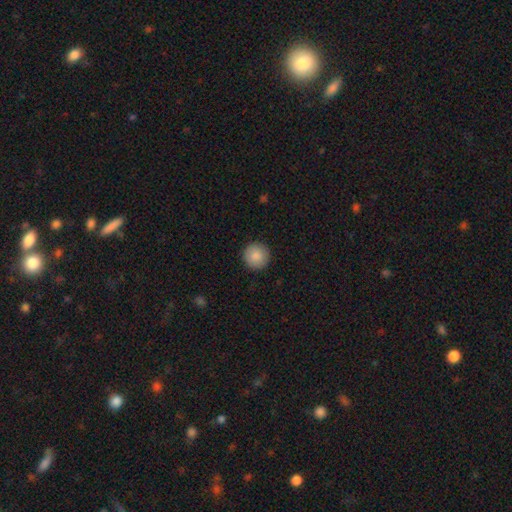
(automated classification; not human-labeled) Morphology: type=smooth (88%); roundness=round (96%); merging=none (92%).